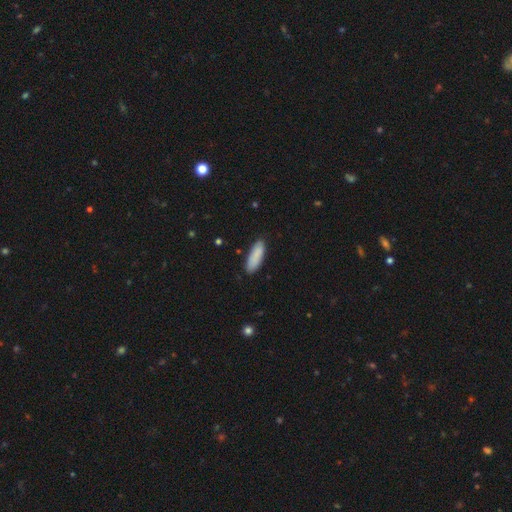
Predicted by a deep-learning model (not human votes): smooth 88%, featured or disk 6%, star or artifact 6%. Down the decision tree: how rounded — in between (60%); merging — none (84%).